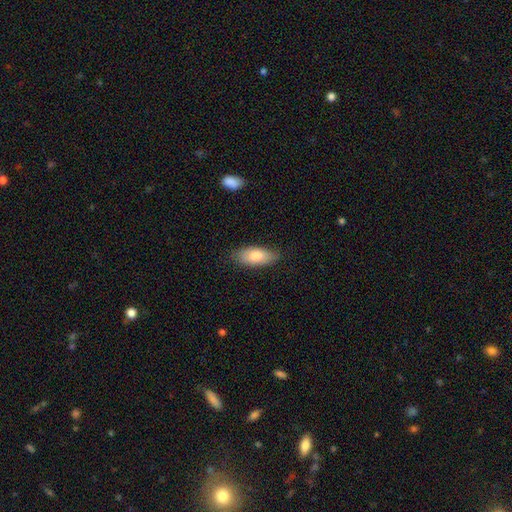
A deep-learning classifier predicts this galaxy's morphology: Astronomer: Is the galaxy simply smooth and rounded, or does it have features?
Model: smooth — 81%.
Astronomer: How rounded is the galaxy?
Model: in between — 86%.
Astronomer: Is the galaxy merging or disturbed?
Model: none — 82%.